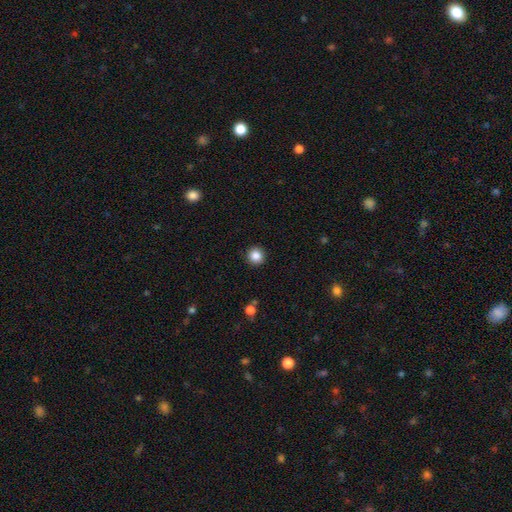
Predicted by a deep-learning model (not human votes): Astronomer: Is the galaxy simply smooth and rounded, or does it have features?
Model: smooth — 86%.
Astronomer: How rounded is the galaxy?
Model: round — 95%.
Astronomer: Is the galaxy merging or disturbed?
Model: none — 93%.